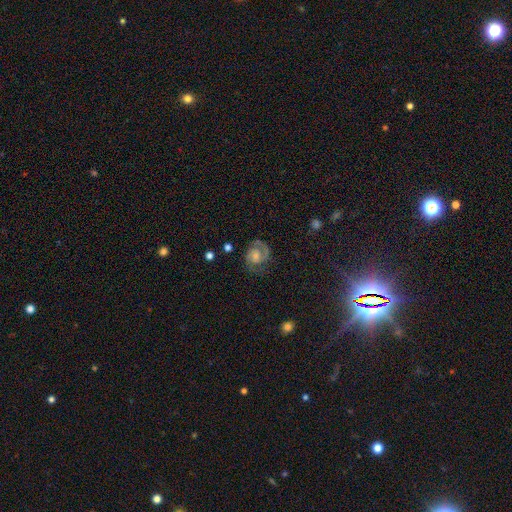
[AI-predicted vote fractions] The model was most divided on "spiral winding": medium: 47%, tight: 43%, loose: 10%. Remaining: edge-on disk — no (98%); spiral arms — yes (96%); spiral arm count — 2 (86%); smooth or featured — featured or disk (82%); merging — none (76%); bar — no (59%); bulge size — moderate (47%).